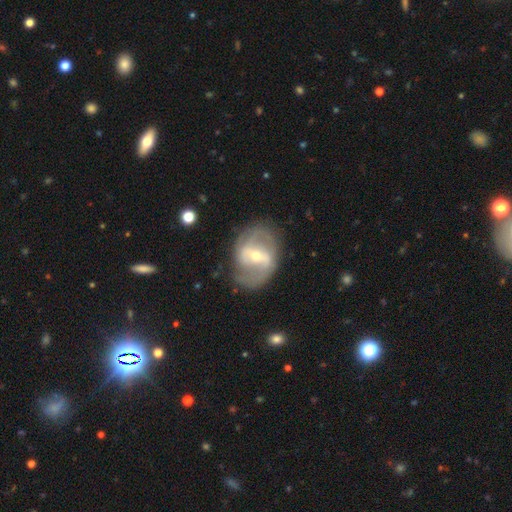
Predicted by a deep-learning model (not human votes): A featured or disk galaxy (80%) with a strong bar (44%), 2 (77%) medium (46%) spiral arms (81%) and a small central bulge (50%).

Vote fractions:
- Smooth or featured? featured or disk: 80% / smooth: 14% / star or artifact: 6%
- Edge-on disk? no: 95% / yes: 5%
- Bar? strong: 44% / weak: 40% / no: 16%
- Spiral arms? yes: 81% / no: 19%
- Spiral winding? medium: 46% / loose: 29% / tight: 25%
- Spiral arm count? 2: 77% / can't tell: 14% / 3: 4% / 1: 3% / 4: 1% / more than 4: 1%
- Bulge size? small: 50% / moderate: 45% / large: 3% / none: 1% / dominant: 1%
- Merging? none: 71% / minor disturbance: 17% / major disturbance: 10% / merger: 2%